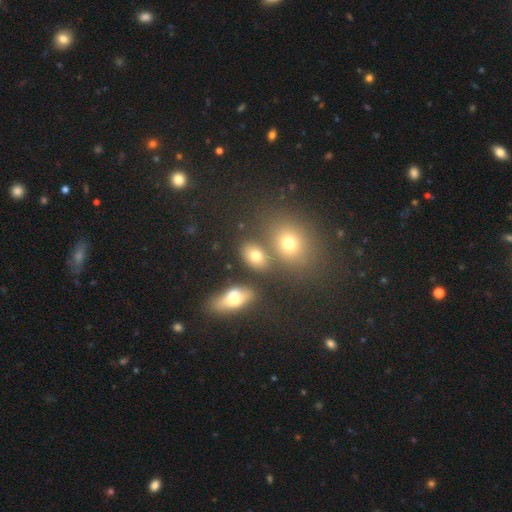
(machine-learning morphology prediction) A smooth galaxy with no disk features (73%) that is in between round and cigar-shaped (70%). Merging: none (68%).